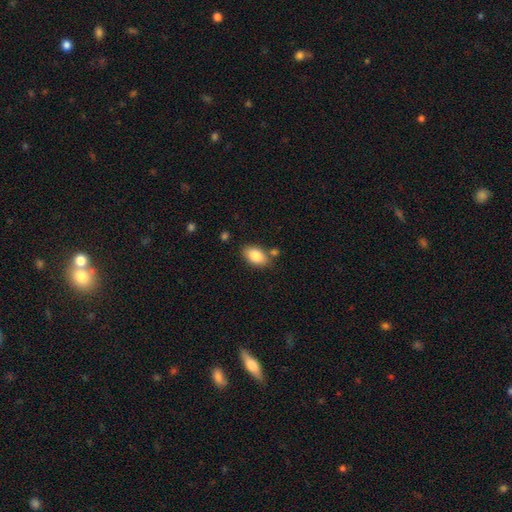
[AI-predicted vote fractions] Smooth or featured? smooth (85%)
How rounded? in between (91%)
Merging? none (75%)